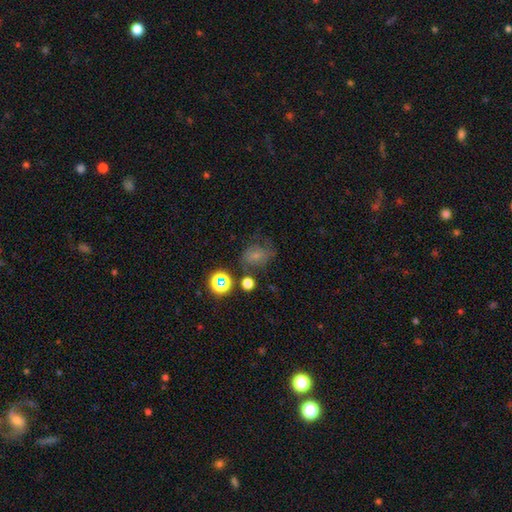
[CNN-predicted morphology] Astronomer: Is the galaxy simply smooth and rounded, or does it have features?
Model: smooth — 52%.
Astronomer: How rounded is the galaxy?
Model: round — 54% (runner-up: in between, 45%).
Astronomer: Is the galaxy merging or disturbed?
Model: none — 50% (runner-up: minor disturbance, 25%).